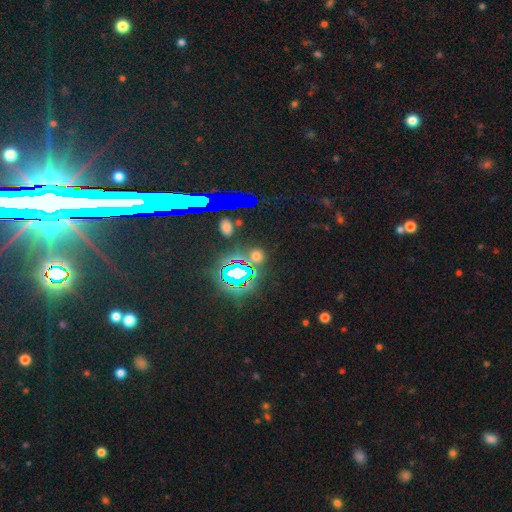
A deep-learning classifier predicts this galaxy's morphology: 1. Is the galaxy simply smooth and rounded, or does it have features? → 55% star or artifact, 34% smooth, 10% featured or disk.